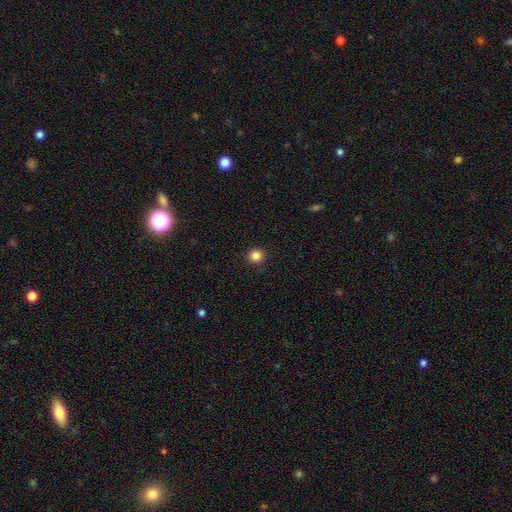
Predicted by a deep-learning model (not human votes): smooth_or_featured: smooth (p=0.85) [alt: star or artifact p=0.11]
how_rounded: round (p=0.93) [alt: in between p=0.07]
merging: none (p=0.91) [alt: minor disturbance p=0.06]